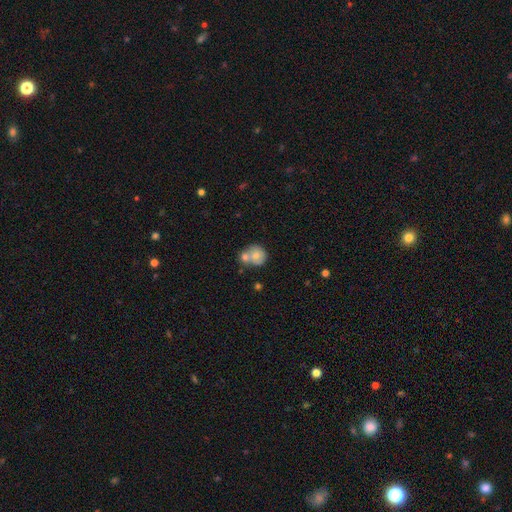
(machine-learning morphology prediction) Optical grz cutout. It shows a smooth galaxy with no disk features (70%) that is round (80%). Merging: merger (46%).